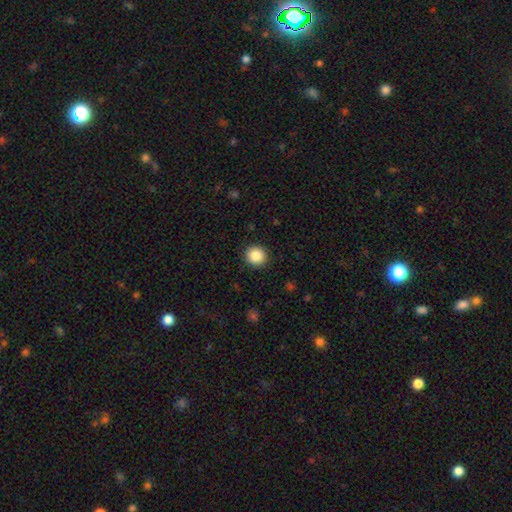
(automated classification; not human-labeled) Overall: smooth (86%). How rounded: round (93%). Merging: none (92%).